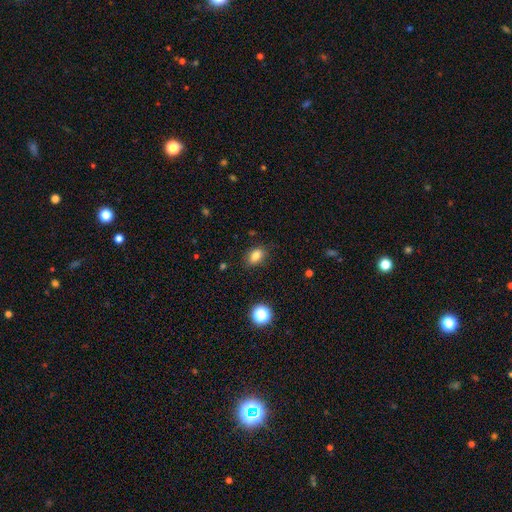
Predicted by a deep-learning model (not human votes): Smooth or featured? smooth (82%)
How rounded? in between (82%)
Merging? none (84%)